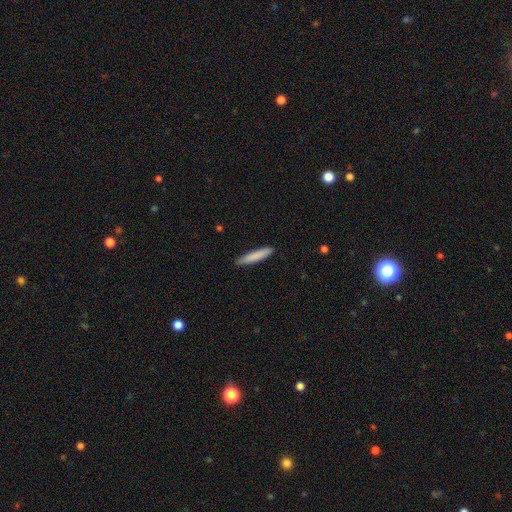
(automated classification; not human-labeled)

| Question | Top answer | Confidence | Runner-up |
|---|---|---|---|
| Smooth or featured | smooth | 83% | featured or disk (11%) |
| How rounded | cigar-shaped | 91% | in between (7%) |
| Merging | none | 88% | minor disturbance (9%) |